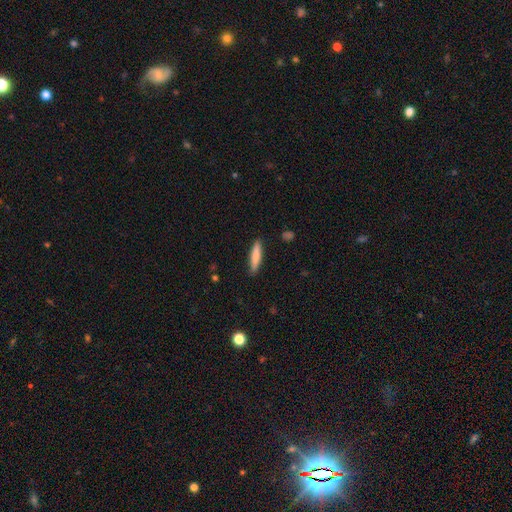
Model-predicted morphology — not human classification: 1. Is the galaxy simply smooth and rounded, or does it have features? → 79% smooth, 15% featured or disk, 6% star or artifact.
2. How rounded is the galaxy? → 85% cigar-shaped, 13% in between, 1% round.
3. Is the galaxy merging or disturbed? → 88% none, 9% minor disturbance, 2% major disturbance, 1% merger.